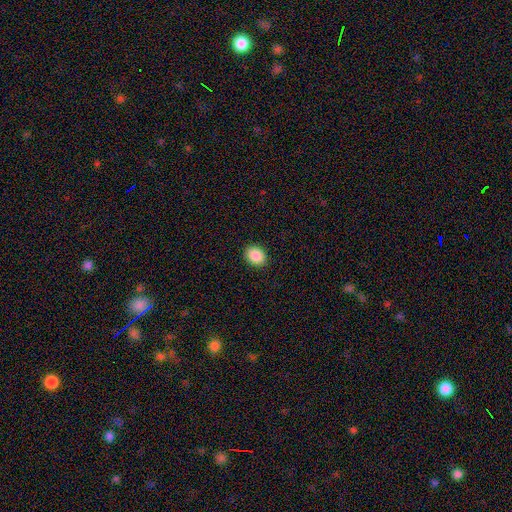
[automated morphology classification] smooth-or-featured: smooth: 89% | star or artifact: 8% | featured or disk: 3%
  how-rounded: in between: 59% | round: 40% | cigar-shaped: 1%
  merging: none: 91% | minor disturbance: 6% | major disturbance: 2% | merger: 1%